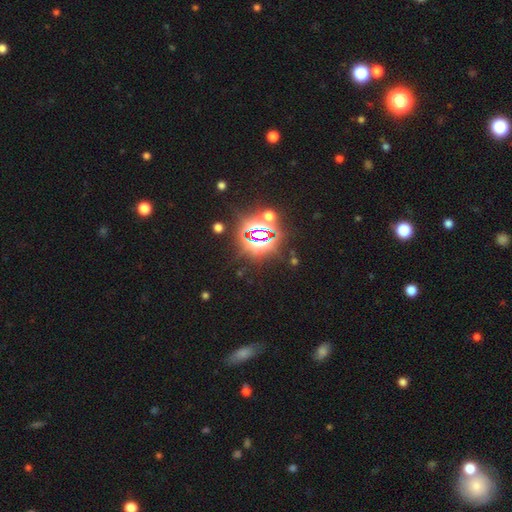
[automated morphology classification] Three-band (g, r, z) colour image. It shows a star or artifact, not a galaxy (79%).